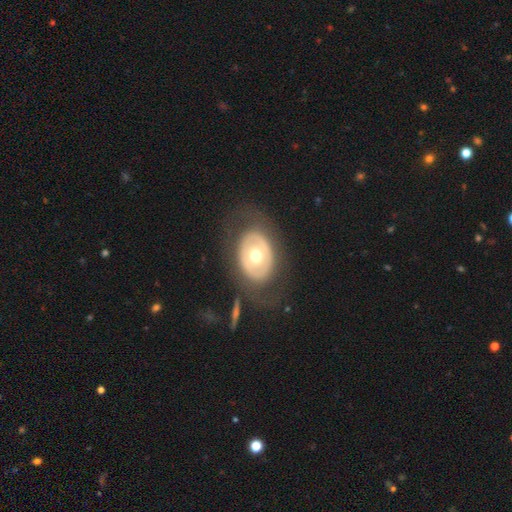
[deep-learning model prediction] Morphology: type=featured or disk (56%); edge-on=no (92%); bar=no (87%); spiral arms=no (90%); bulge=moderate (75%); merging=none (74%).